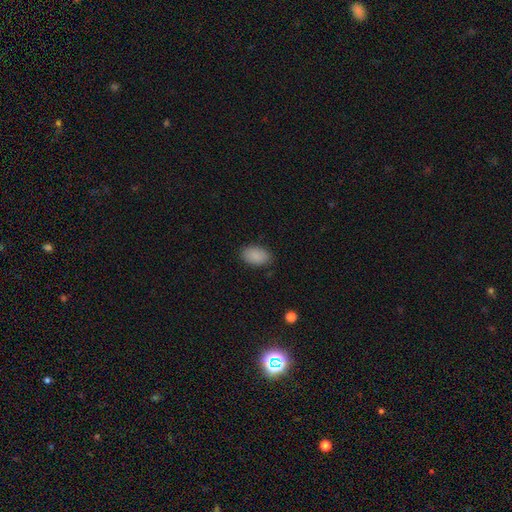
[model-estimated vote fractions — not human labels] Overall: smooth (89%). How rounded: in between (92%). Merging: none (85%).